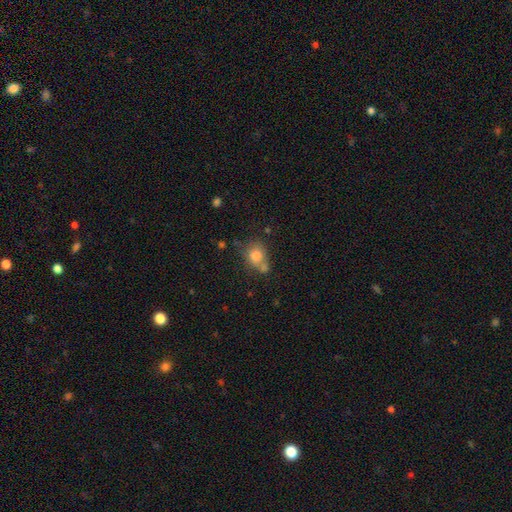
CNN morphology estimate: Smooth or featured? Predicted: smooth (p=0.77). How rounded? Predicted: round (p=0.56). Merging? Predicted: none (p=0.41).